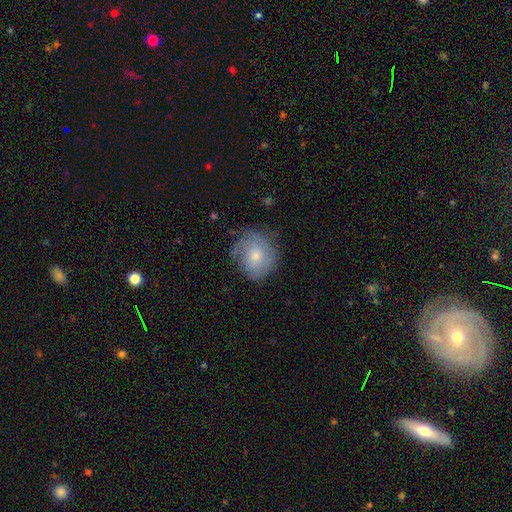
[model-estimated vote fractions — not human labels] smooth 54%, featured or disk 38%, star or artifact 8%. Down the decision tree: how rounded — round (76%); merging — none (62%).